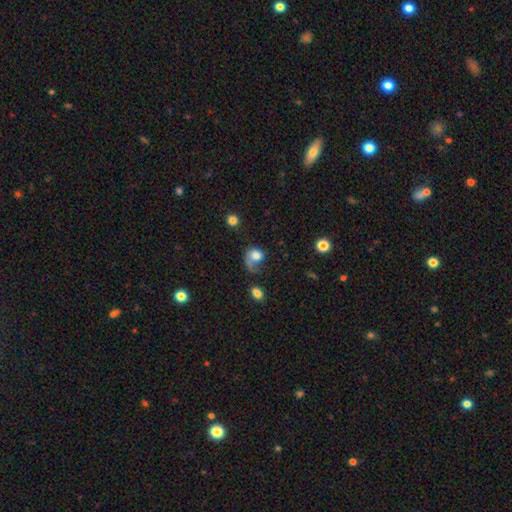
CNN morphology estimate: smooth 64%, featured or disk 26%, star or artifact 10%. Down the decision tree: how rounded — round (59%); merging — major disturbance (45%).